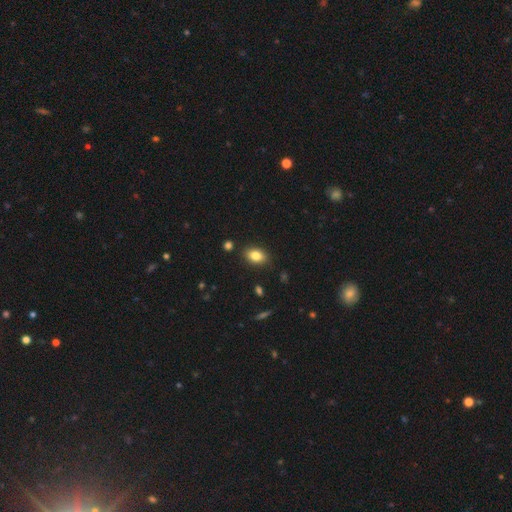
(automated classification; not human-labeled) Q: Smooth or featured?
A: smooth (83%); runner-up: star or artifact (9%)
Q: How rounded?
A: in between (84%); runner-up: round (14%)
Q: Merging?
A: none (86%); runner-up: minor disturbance (10%)